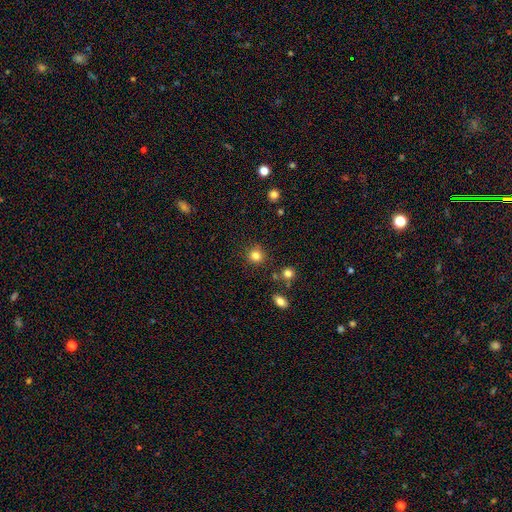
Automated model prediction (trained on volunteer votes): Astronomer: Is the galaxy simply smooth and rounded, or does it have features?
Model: smooth — 82%.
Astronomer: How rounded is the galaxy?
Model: round — 92%.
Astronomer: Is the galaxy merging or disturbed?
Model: none — 87%.